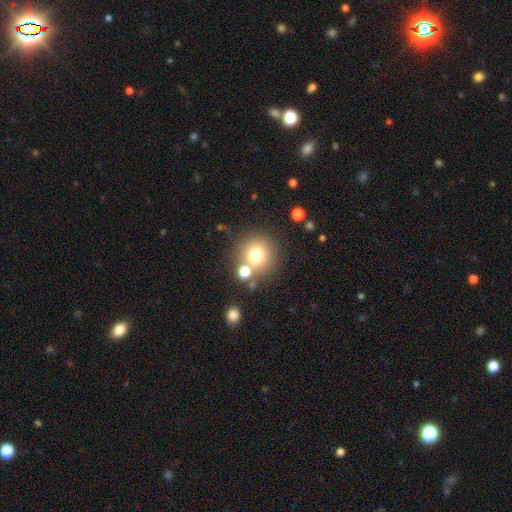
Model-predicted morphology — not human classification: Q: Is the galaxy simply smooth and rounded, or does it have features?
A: smooth — 74%.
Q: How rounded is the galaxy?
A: round — 91%.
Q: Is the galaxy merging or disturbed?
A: none — 72%.